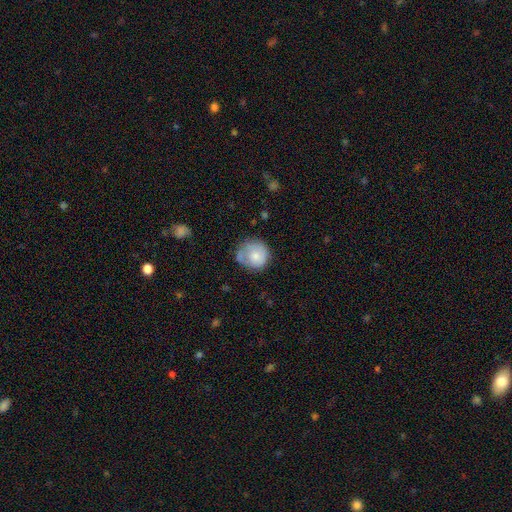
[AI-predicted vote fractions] Smooth or featured? Predicted: smooth (p=0.68). How rounded? Predicted: round (p=0.86). Merging? Predicted: none (p=0.53).